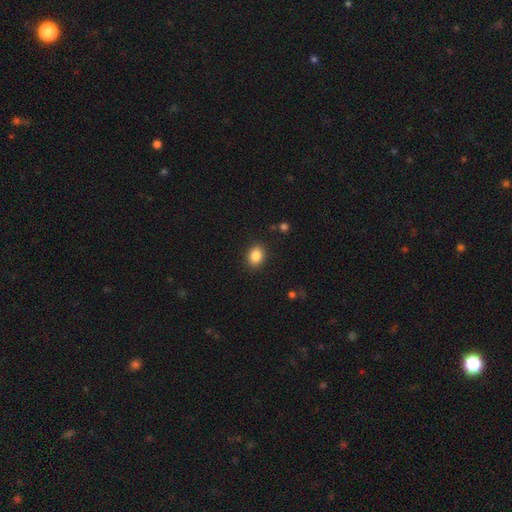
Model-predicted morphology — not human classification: A smooth galaxy with no disk features (87%) that is in between round and cigar-shaped (60%).

Vote fractions:
- Smooth or featured? smooth: 87% / star or artifact: 9% / featured or disk: 4%
- How rounded? in between: 60% / round: 39% / cigar-shaped: 1%
- Merging? none: 88% / minor disturbance: 8% / major disturbance: 2% / merger: 1%